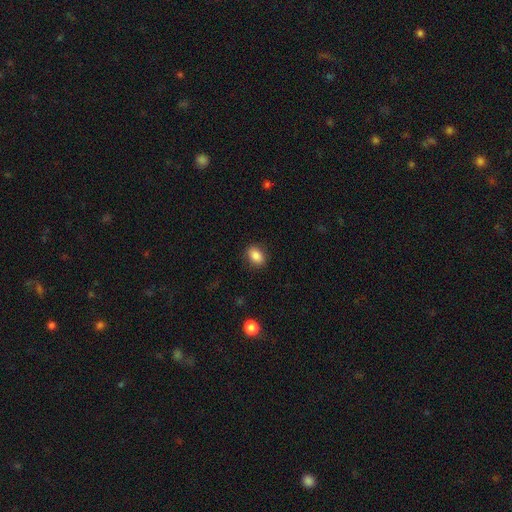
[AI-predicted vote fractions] smooth-or-featured: smooth: 86% | star or artifact: 9% | featured or disk: 5%
  how-rounded: in between: 79% | round: 19% | cigar-shaped: 2%
  merging: none: 88% | minor disturbance: 9% | major disturbance: 2% | merger: 1%